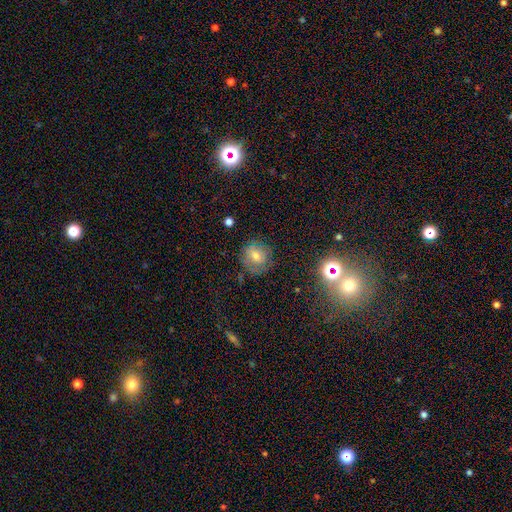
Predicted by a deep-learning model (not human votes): Smooth or featured? smooth (52%)
How rounded? round (83%)
Merging? none (76%)